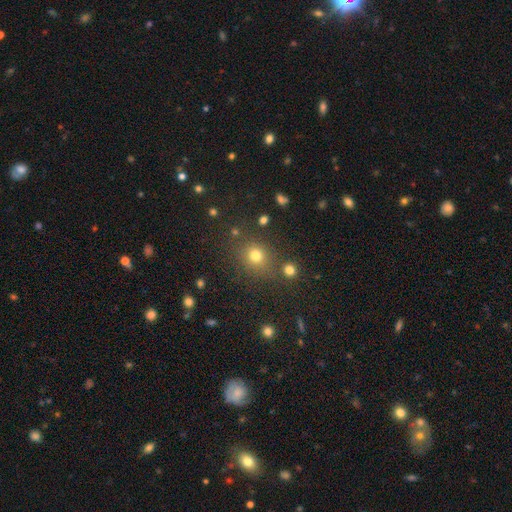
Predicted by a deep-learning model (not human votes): Smooth or featured? smooth (75%)
How rounded? round (82%)
Merging? none (77%)